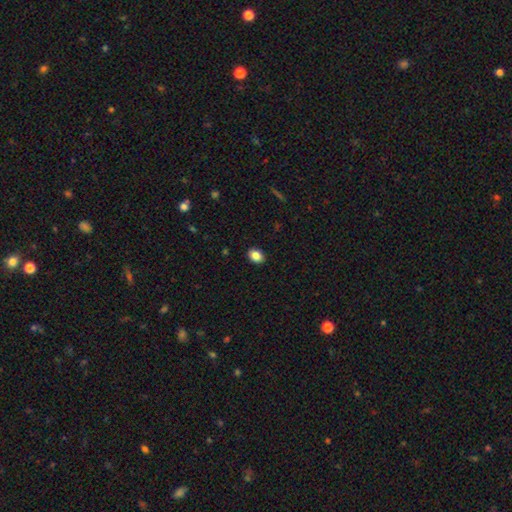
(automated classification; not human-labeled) Overall: smooth (85%). How rounded: in between (65%; round 34%). Merging: none (90%).